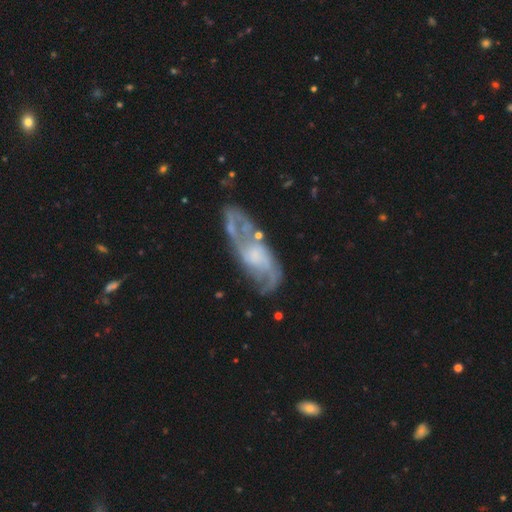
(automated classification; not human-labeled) smooth_or_featured: featured or disk (p=0.84) [alt: smooth p=0.11]
disk_edge_on: no (p=0.92) [alt: yes p=0.08]
bar: no (p=0.57) [alt: weak p=0.35]
has_spiral_arms: yes (p=0.93) [alt: no p=0.07]
spiral_winding: medium (p=0.45) [alt: loose p=0.36]
spiral_arm_count: 2 (p=0.79) [alt: can't tell p=0.10]
bulge_size: small (p=0.33) [alt: none p=0.30]
merging: none (p=0.62) [alt: minor disturbance p=0.20]